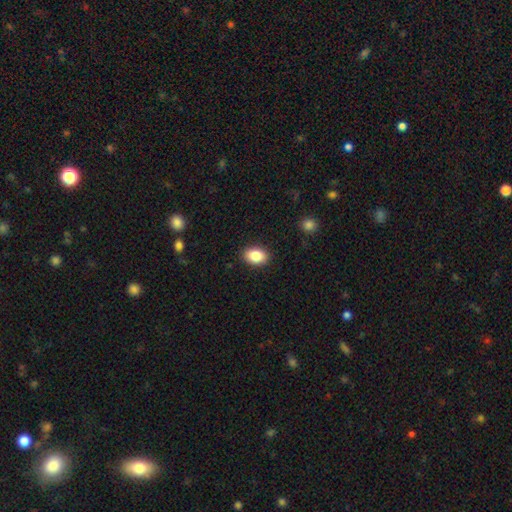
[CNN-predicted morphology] The model was most divided on "how rounded": in between: 82%, round: 17%, cigar-shaped: 1%. More confident: merging — none (89%); smooth or featured — smooth (86%).